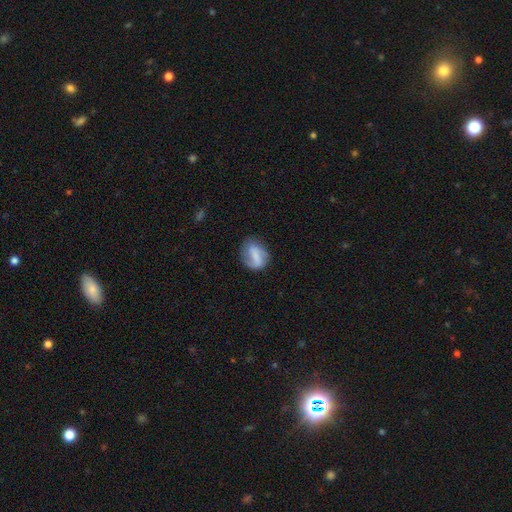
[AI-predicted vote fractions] This appears to be a smooth galaxy with no disk features (55%) that is in between round and cigar-shaped (62%). Merging: none (60%).